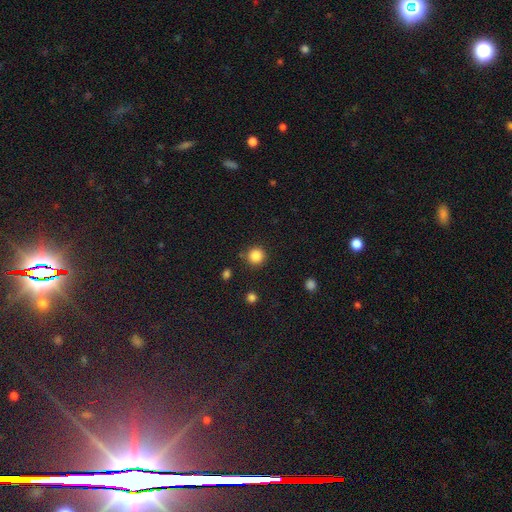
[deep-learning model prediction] The model was most divided on "smooth or featured": smooth: 86%, star or artifact: 11%, featured or disk: 3%. More confident: how rounded — round (94%); merging — none (89%).